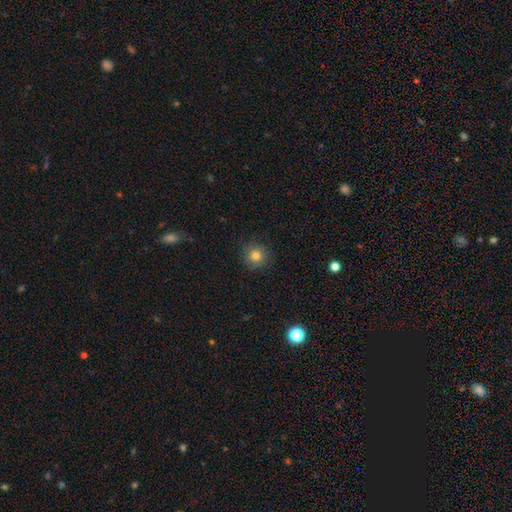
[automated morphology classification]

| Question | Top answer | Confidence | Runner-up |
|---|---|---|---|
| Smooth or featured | smooth | 81% | star or artifact (12%) |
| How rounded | round | 93% | in between (6%) |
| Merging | none | 87% | minor disturbance (9%) |